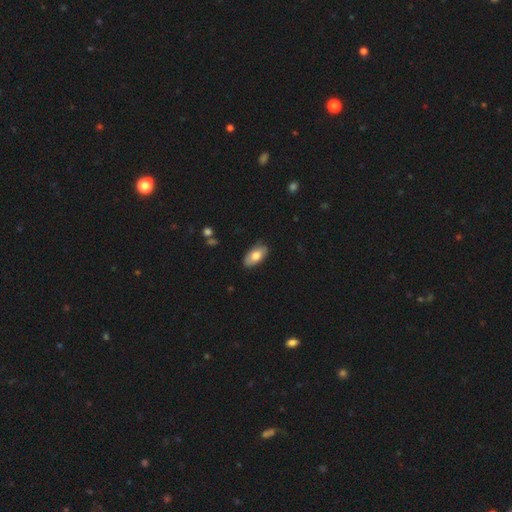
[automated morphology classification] smooth-or-featured: smooth: 74% | featured or disk: 20% | star or artifact: 6%
  how-rounded: in between: 93% | cigar-shaped: 4% | round: 3%
  merging: none: 84% | minor disturbance: 13% | major disturbance: 2% | merger: 1%